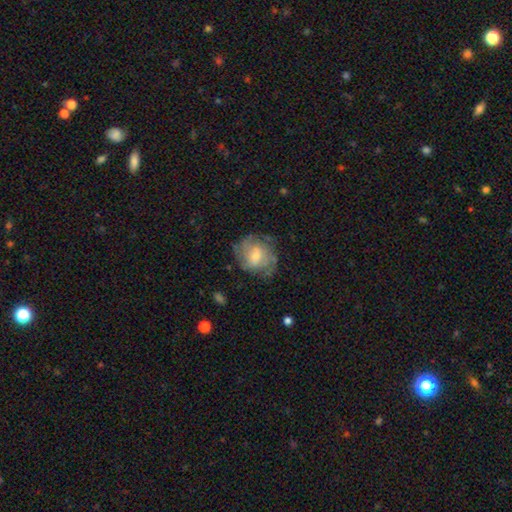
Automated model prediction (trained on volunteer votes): Morphology: type=featured or disk (54%); edge-on=no (97%); bar=no (56%); spiral arms=yes (71%); bulge=small (54%); merging=none (62%).